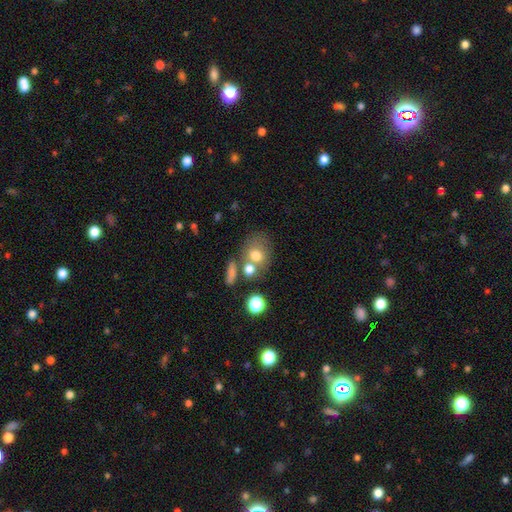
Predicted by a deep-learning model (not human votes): Smooth or featured? smooth (72%)
How rounded? round (62%)
Merging? none (48%)